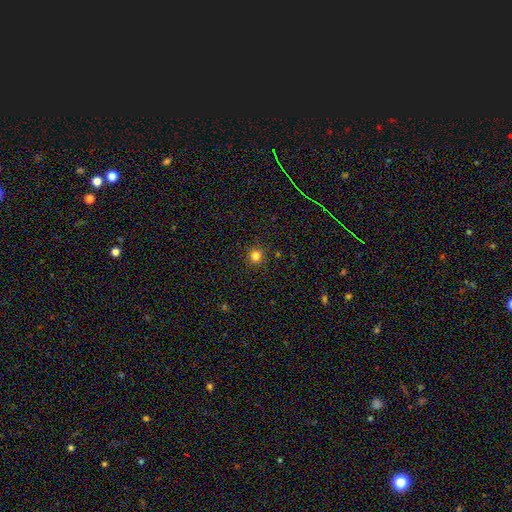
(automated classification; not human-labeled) Smooth or featured? Predicted: smooth (p=0.82). How rounded? Predicted: round (p=0.93). Merging? Predicted: none (p=0.91).